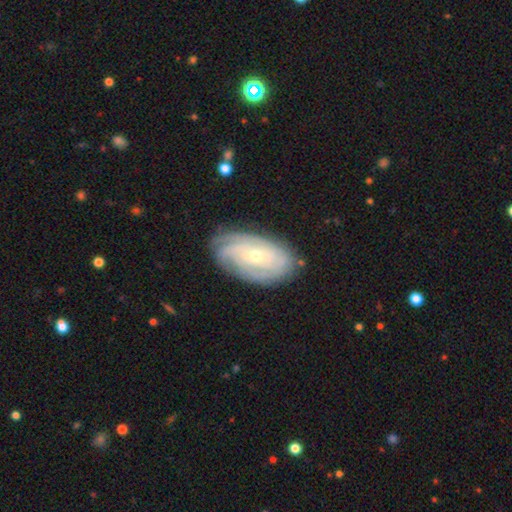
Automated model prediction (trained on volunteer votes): Overall: featured or disk (80%). Edge-on disk: no (95%). Bar: no (64%; weak 28%). Spiral arms: yes (94%). Spiral arm count: can't tell (41%; 4 19%). Spiral winding: tight (76%). Bulge size: small (62%; moderate 35%). Merging: none (79%).